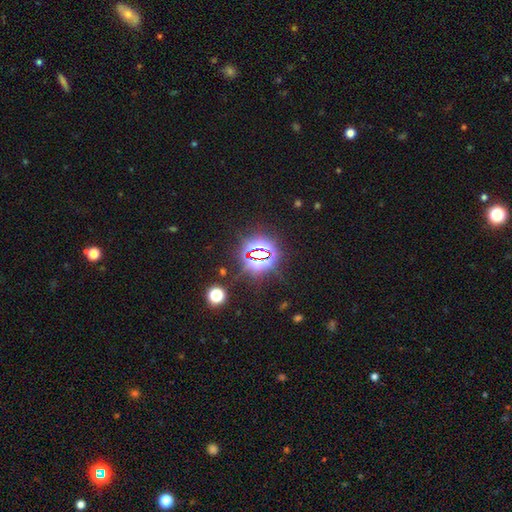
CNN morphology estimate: smooth_or_featured: star or artifact (p=0.79) [alt: smooth p=0.13]